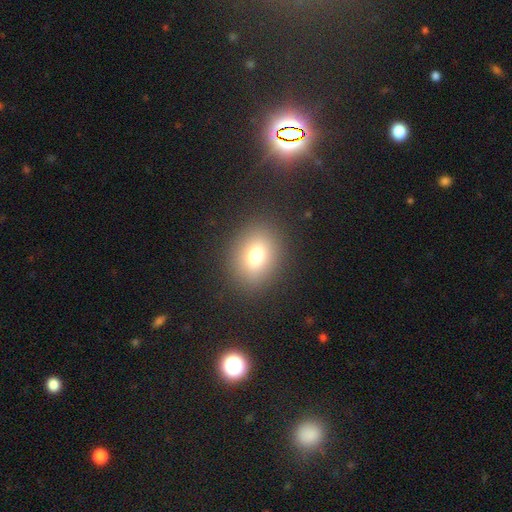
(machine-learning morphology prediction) This is likely a smooth galaxy (73%). How rounded: possibly in between (51%). Merging: clearly none (87%).